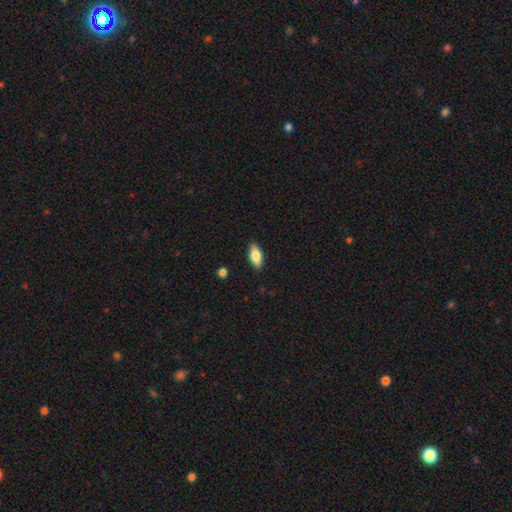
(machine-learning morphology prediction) Smooth or featured? smooth (79%)
How rounded? in between (83%)
Merging? none (87%)